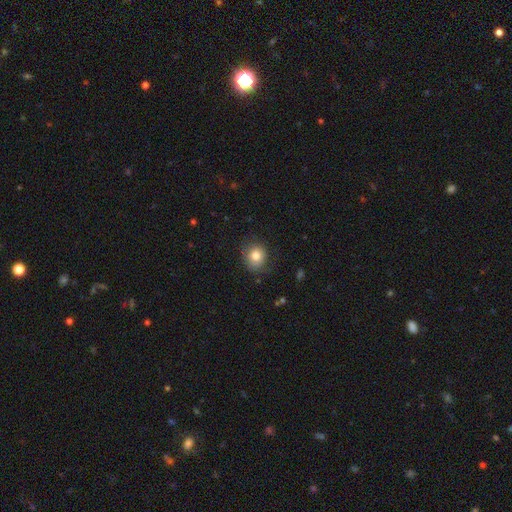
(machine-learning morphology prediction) Smooth or featured? smooth (81%)
How rounded? round (74%)
Merging? none (76%)